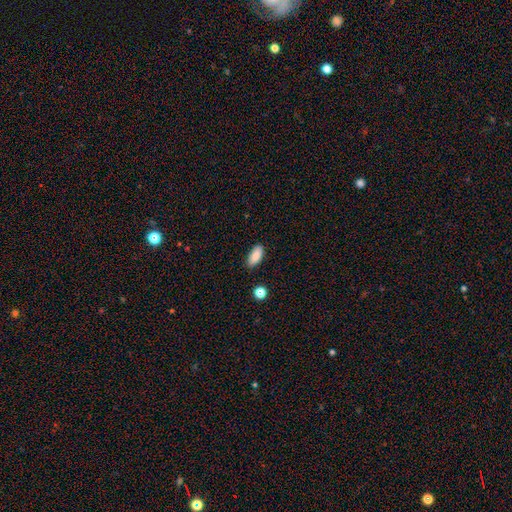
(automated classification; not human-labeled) smooth-or-featured: smooth: 88% | star or artifact: 7% | featured or disk: 5%
  how-rounded: in between: 88% | cigar-shaped: 10% | round: 2%
  merging: none: 85% | minor disturbance: 11% | major disturbance: 2% | merger: 2%